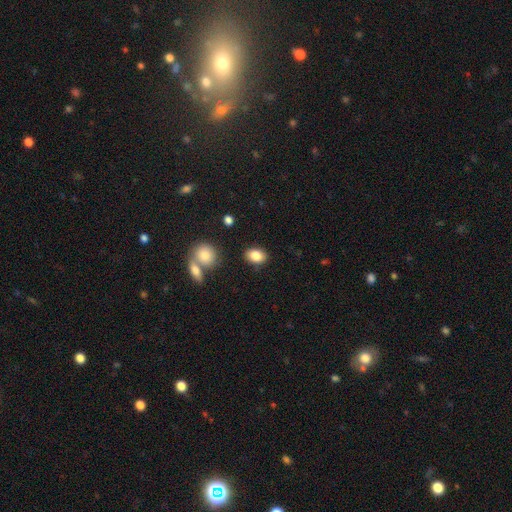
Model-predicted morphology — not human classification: Overall: smooth (84%). How rounded: in between (77%). Merging: none (83%).